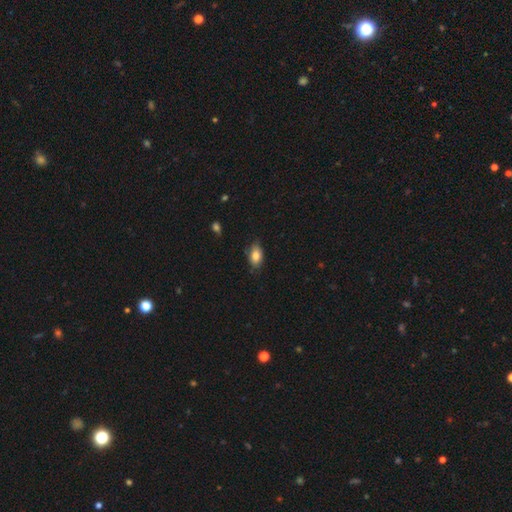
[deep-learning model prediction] Q: Smooth or featured?
A: smooth (82%); runner-up: featured or disk (10%)
Q: How rounded?
A: in between (88%); runner-up: round (9%)
Q: Merging?
A: none (76%); runner-up: minor disturbance (20%)